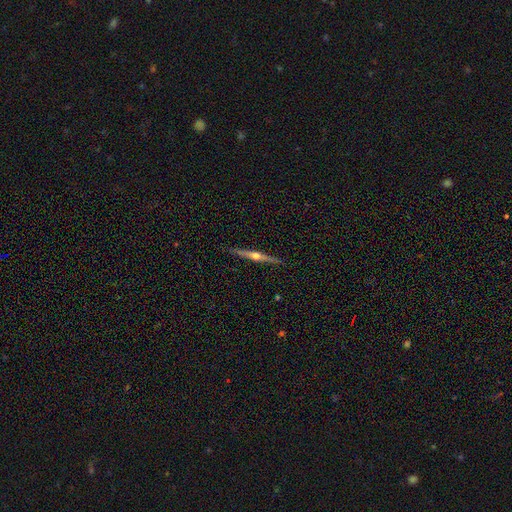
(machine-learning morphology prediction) Q: Smooth or featured?
A: featured or disk (77%); runner-up: smooth (17%)
Q: Edge-on disk?
A: yes (98%); runner-up: no (2%)
Q: Edge-on bulge?
A: rounded (94%); runner-up: none (3%)
Q: Merging?
A: none (90%); runner-up: minor disturbance (7%)